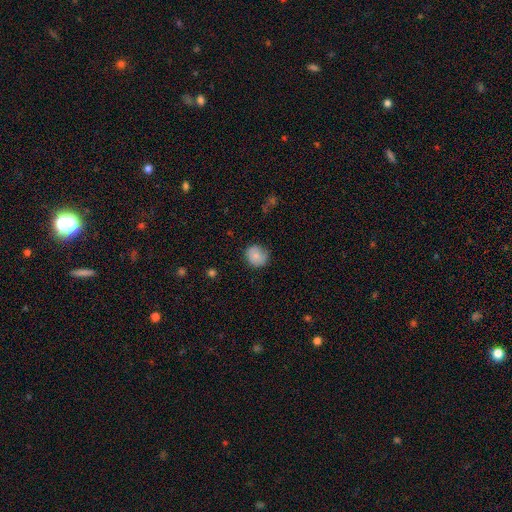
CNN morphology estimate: Overall: smooth (76%). How rounded: round (81%). Merging: none (74%).